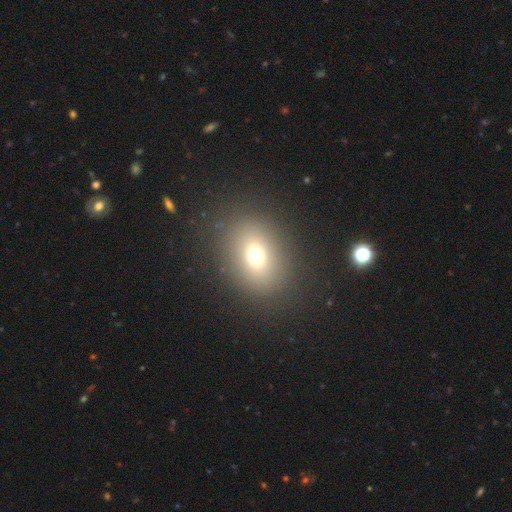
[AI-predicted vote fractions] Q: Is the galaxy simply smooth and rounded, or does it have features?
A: smooth — 69%.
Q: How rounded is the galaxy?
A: in between — 52%.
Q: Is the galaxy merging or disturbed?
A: none — 85%.